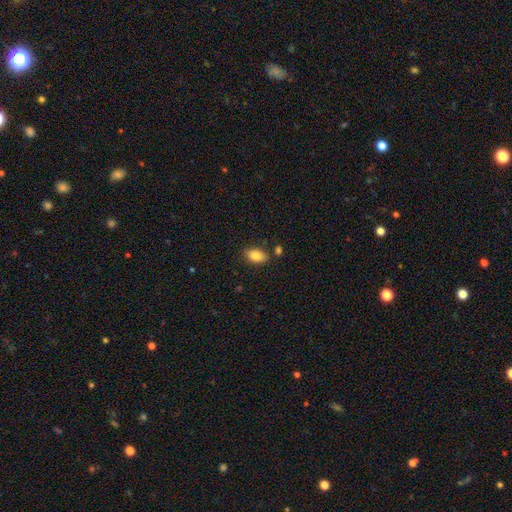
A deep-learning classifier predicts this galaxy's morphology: smooth-or-featured: smooth: 86% | star or artifact: 8% | featured or disk: 6%
  how-rounded: in between: 91% | round: 6% | cigar-shaped: 3%
  merging: none: 80% | minor disturbance: 12% | merger: 5% | major disturbance: 3%